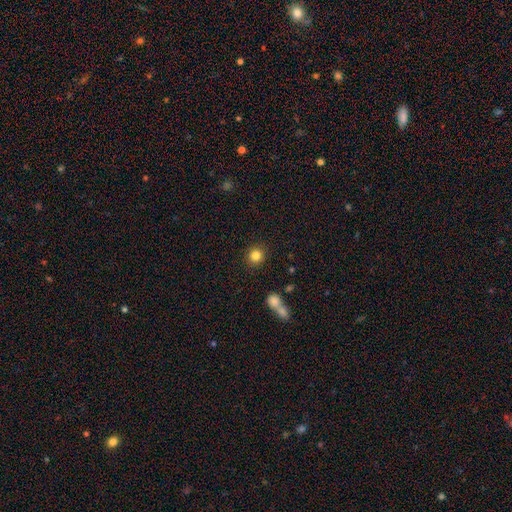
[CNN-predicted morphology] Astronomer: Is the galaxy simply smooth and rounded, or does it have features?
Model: smooth — 84%.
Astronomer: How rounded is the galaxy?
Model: round — 87%.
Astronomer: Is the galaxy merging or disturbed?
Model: none — 89%.